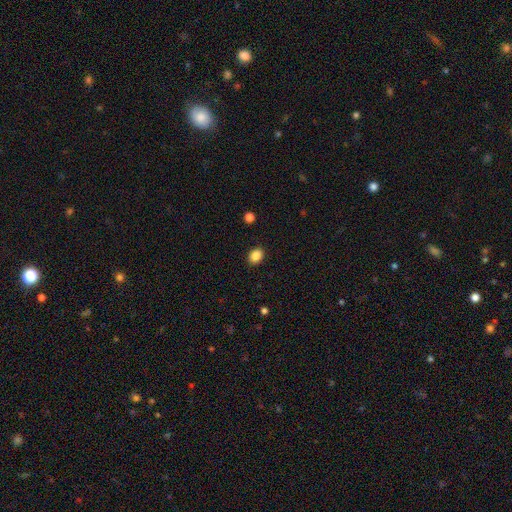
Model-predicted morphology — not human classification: Smooth or featured? Predicted: smooth (p=0.87). How rounded? Predicted: in between (p=0.60). Merging? Predicted: none (p=0.89).